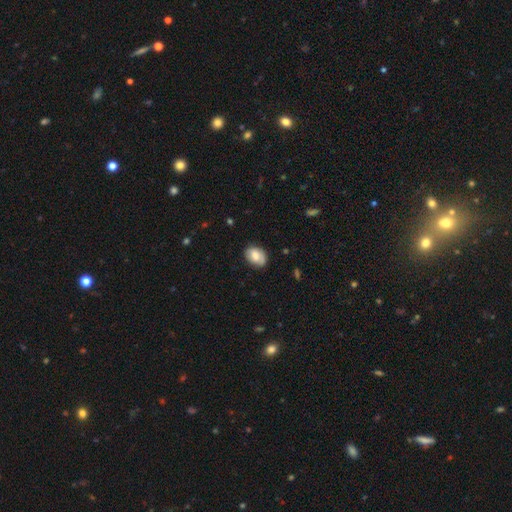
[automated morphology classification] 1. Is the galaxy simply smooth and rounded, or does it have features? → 66% smooth, 26% featured or disk, 7% star or artifact.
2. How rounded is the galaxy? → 76% in between, 23% round, 1% cigar-shaped.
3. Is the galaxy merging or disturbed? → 76% none, 18% minor disturbance, 4% major disturbance, 1% merger.